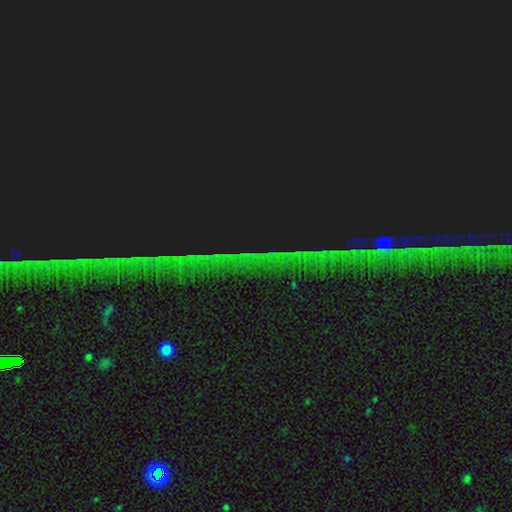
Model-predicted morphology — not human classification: smooth_or_featured: star or artifact (p=0.85) [alt: featured or disk p=0.08]